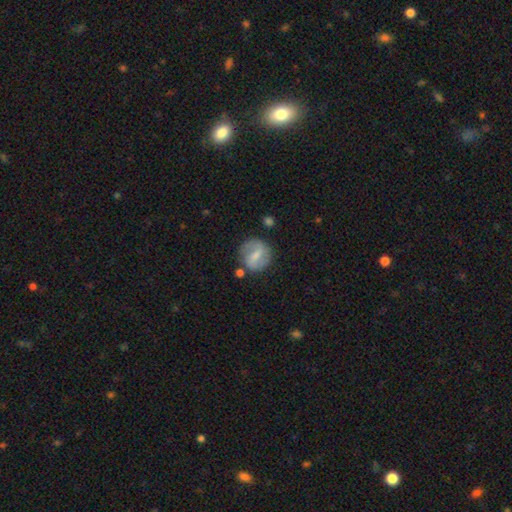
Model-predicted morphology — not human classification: smooth_or_featured: featured or disk (p=0.55) [alt: smooth p=0.38]
disk_edge_on: no (p=0.97) [alt: yes p=0.03]
bar: weak (p=0.46) [alt: strong p=0.38]
has_spiral_arms: yes (p=0.74) [alt: no p=0.26]
bulge_size: small (p=0.39) [alt: moderate p=0.34]
merging: none (p=0.73) [alt: minor disturbance p=0.16]